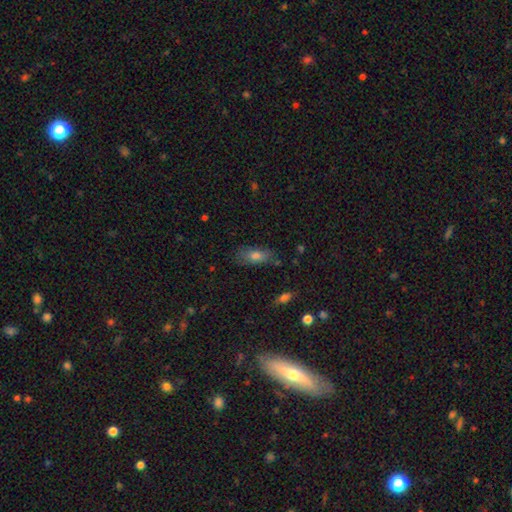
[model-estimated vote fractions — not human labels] Q: Smooth or featured?
A: smooth (72%); runner-up: featured or disk (17%)
Q: How rounded?
A: in between (77%); runner-up: cigar-shaped (19%)
Q: Merging?
A: none (76%); runner-up: minor disturbance (17%)